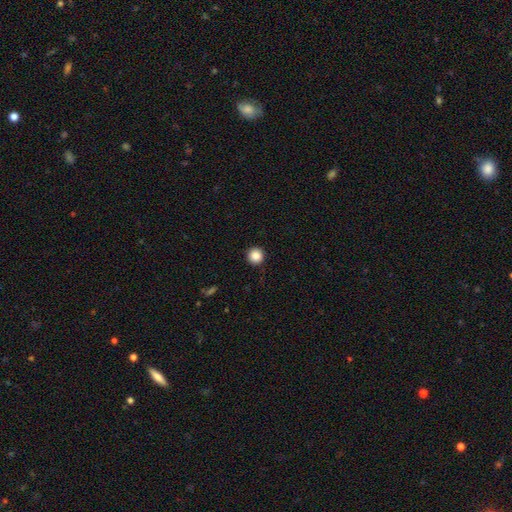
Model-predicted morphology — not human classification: smooth-or-featured: smooth: 86% | star or artifact: 10% | featured or disk: 4%
  how-rounded: round: 95% | in between: 4% | cigar-shaped: 1%
  merging: none: 92% | minor disturbance: 5% | major disturbance: 2% | merger: 1%